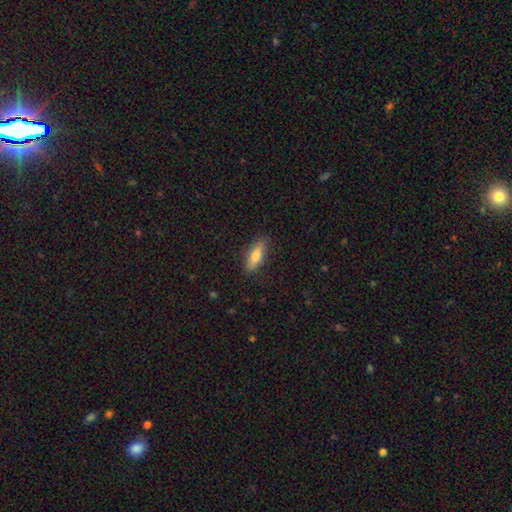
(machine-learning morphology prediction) Overall: smooth (77%). How rounded: in between (59%; cigar-shaped 39%). Merging: none (85%).